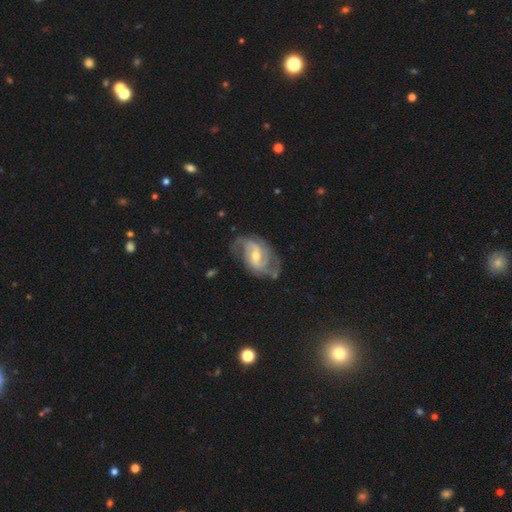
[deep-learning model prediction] smooth_or_featured: featured or disk (p=0.88) [alt: smooth p=0.07]
disk_edge_on: no (p=0.97) [alt: yes p=0.03]
bar: weak (p=0.52) [alt: no p=0.25]
has_spiral_arms: yes (p=0.96) [alt: no p=0.04]
spiral_winding: medium (p=0.48) [alt: loose p=0.26]
spiral_arm_count: 2 (p=0.73) [alt: 3 p=0.10]
bulge_size: moderate (p=0.58) [alt: small p=0.38]
merging: none (p=0.66) [alt: minor disturbance p=0.22]